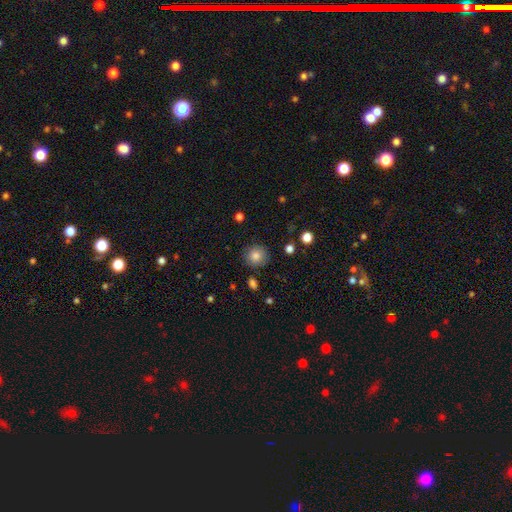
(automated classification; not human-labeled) This is clearly a smooth galaxy (84%). How rounded: clearly round (91%). Merging: clearly none (87%).